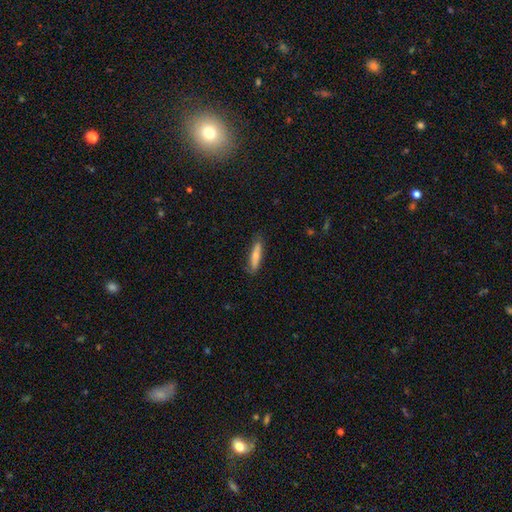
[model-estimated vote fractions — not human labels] Smooth or featured? Predicted: smooth (p=0.67). How rounded? Predicted: cigar-shaped (p=0.78). Merging? Predicted: none (p=0.81).